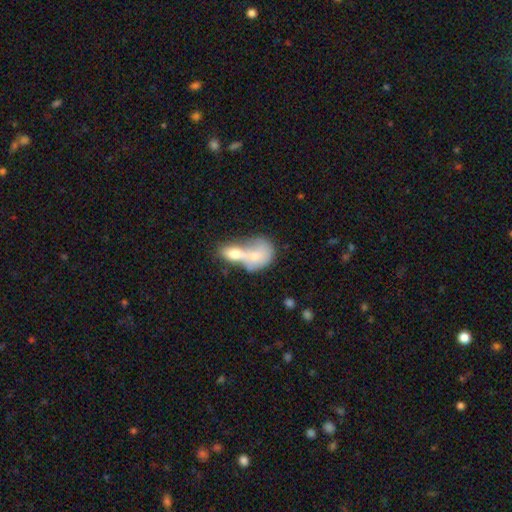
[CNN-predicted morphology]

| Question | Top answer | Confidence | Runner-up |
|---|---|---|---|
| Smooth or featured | smooth | 65% | featured or disk (27%) |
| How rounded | in between | 61% | round (35%) |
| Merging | merger | 75% | none (11%) |